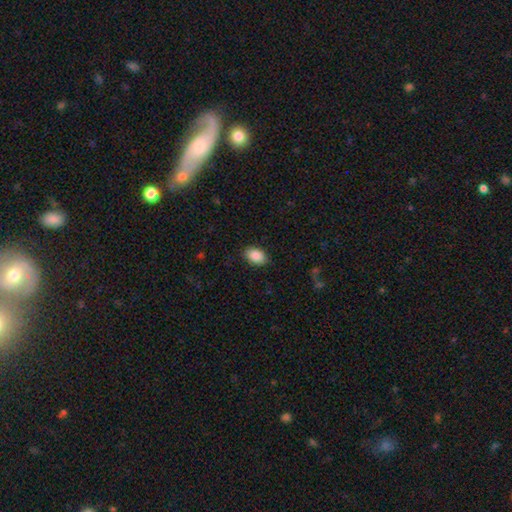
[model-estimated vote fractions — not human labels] A smooth galaxy with no disk features (89%) that is in between round and cigar-shaped (87%). Merging: none (86%).